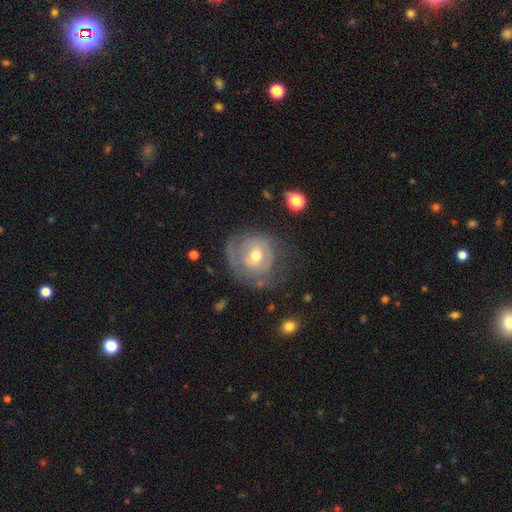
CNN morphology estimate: Overall: featured or disk (62%; smooth 31%). Edge-on disk: no (96%). Bar: no (66%; weak 28%). Spiral arms: yes (66%; no 34%). Bulge size: moderate (70%). Merging: none (53%; minor disturbance 24%).